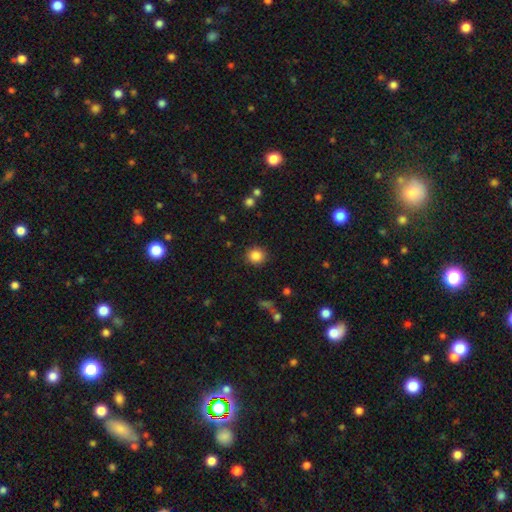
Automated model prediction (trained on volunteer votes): Smooth or featured? smooth (86%)
How rounded? round (89%)
Merging? none (90%)